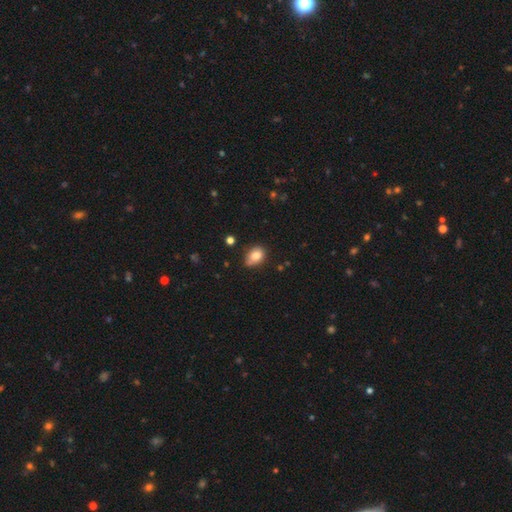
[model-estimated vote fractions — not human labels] Smooth or featured: smooth — 82% (star or artifact — 9%)
How rounded: in between — 70% (round — 29%)
Merging: none — 59% (minor disturbance — 31%)